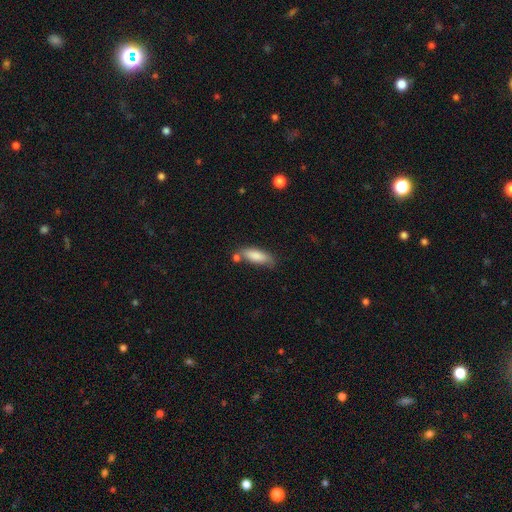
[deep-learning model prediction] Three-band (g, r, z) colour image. It shows a smooth galaxy with no disk features (83%) that is in between round and cigar-shaped (63%). Merging: none (59%).